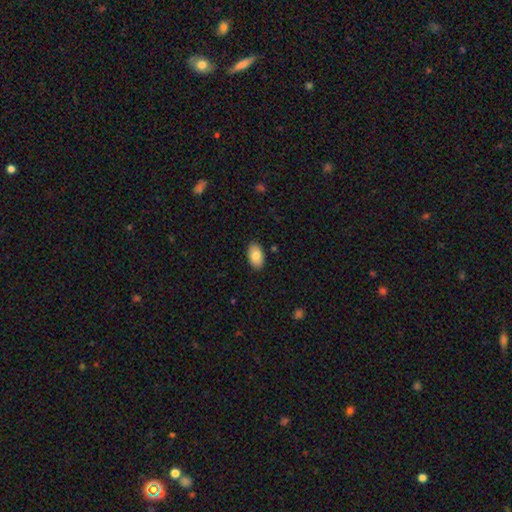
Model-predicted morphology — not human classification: type=smooth (84%); roundness=in between (94%); merging=none (88%).